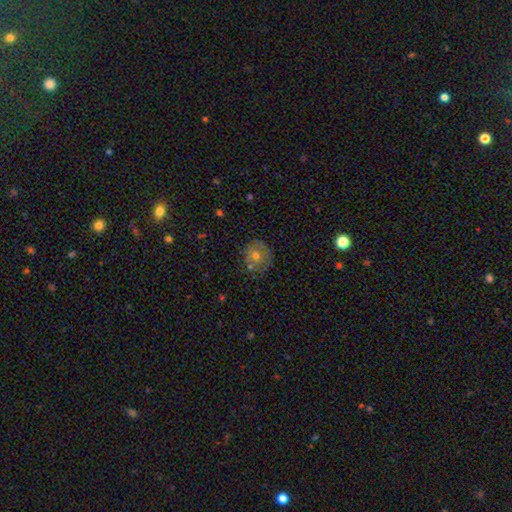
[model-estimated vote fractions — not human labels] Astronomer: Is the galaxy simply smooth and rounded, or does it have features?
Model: smooth — 67%.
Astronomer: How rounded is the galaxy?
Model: round — 84%.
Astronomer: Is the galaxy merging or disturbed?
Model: none — 67%.